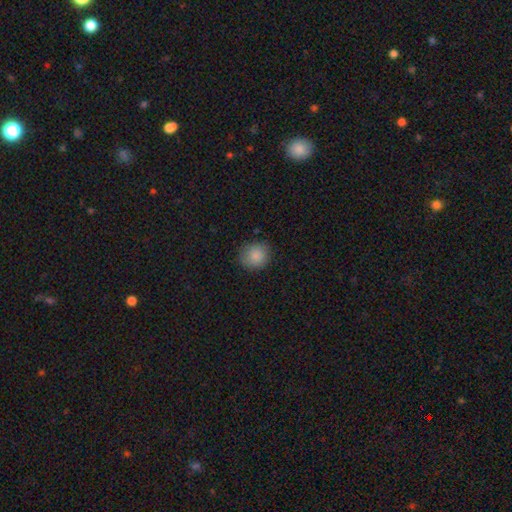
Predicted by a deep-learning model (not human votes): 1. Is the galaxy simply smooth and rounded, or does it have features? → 87% smooth, 9% star or artifact, 4% featured or disk.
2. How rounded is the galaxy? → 82% round, 17% in between, 1% cigar-shaped.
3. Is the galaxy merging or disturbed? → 82% none, 14% minor disturbance, 3% major disturbance, 1% merger.